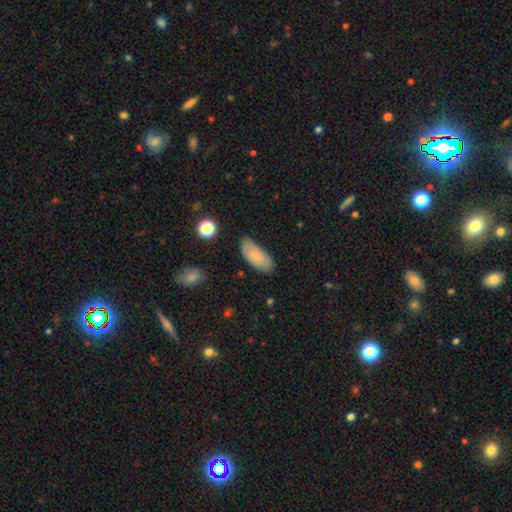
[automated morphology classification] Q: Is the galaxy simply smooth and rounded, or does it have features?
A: smooth — 77%.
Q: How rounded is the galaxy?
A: in between — 87%.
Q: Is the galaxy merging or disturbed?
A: none — 78%.